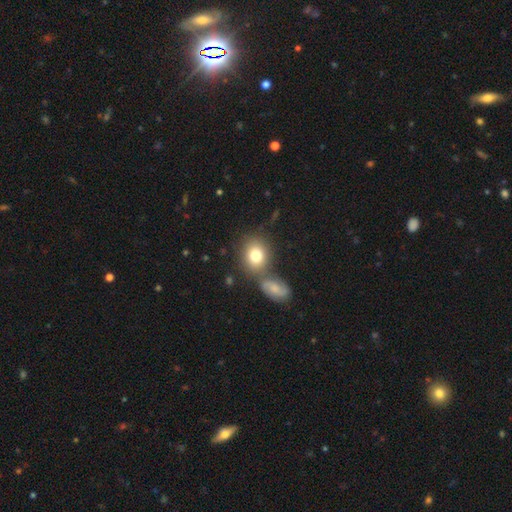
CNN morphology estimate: smooth_or_featured: smooth (p=0.79) [alt: featured or disk p=0.13]
how_rounded: round (p=0.58) [alt: in between p=0.41]
merging: none (p=0.62) [alt: merger p=0.22]